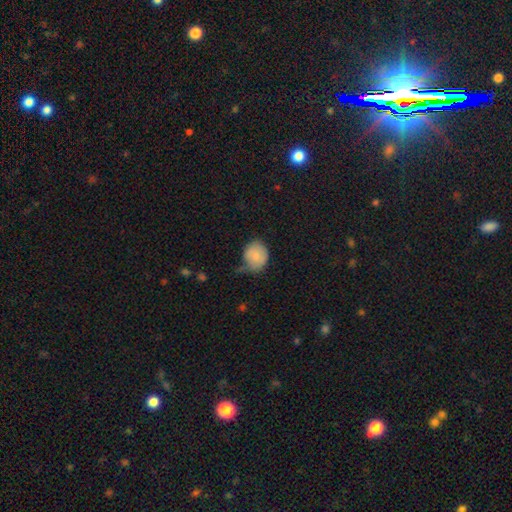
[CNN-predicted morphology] Overall: smooth (77%). How rounded: round (69%; in between 30%). Merging: none (48%; minor disturbance 38%).